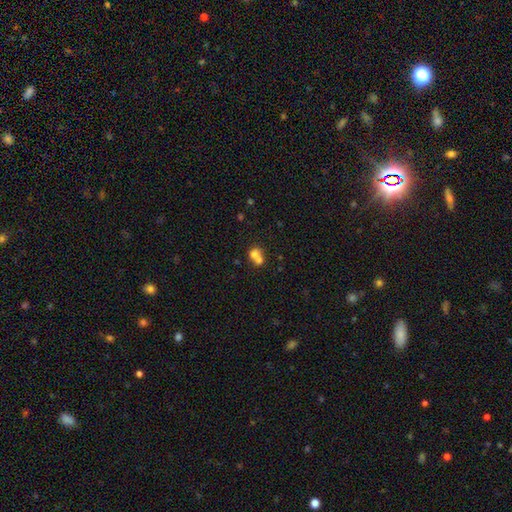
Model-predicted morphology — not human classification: A smooth galaxy with no disk features (69%) that is round (72%).

Vote fractions:
- Smooth or featured? smooth: 69% / featured or disk: 19% / star or artifact: 12%
- How rounded? round: 72% / in between: 27% / cigar-shaped: 1%
- Merging? merger: 68% / none: 24% / minor disturbance: 5% / major disturbance: 3%